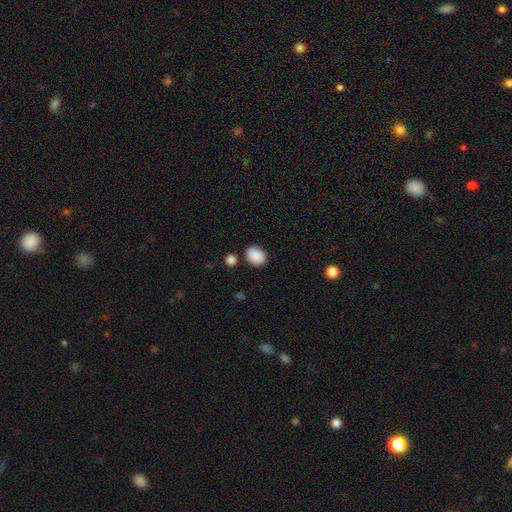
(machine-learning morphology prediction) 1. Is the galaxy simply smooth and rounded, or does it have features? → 89% smooth, 8% star or artifact, 3% featured or disk.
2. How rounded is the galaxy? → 62% in between, 37% round, 1% cigar-shaped.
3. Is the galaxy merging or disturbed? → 82% none, 10% minor disturbance, 5% merger, 3% major disturbance.